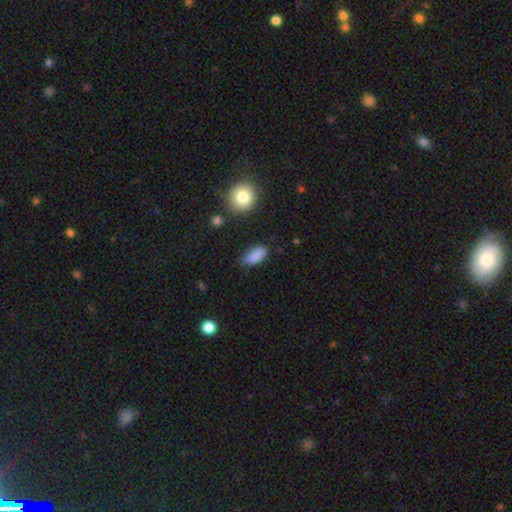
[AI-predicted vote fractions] A smooth galaxy with no disk features (86%) that is in between round and cigar-shaped (83%). Merging: none (73%).